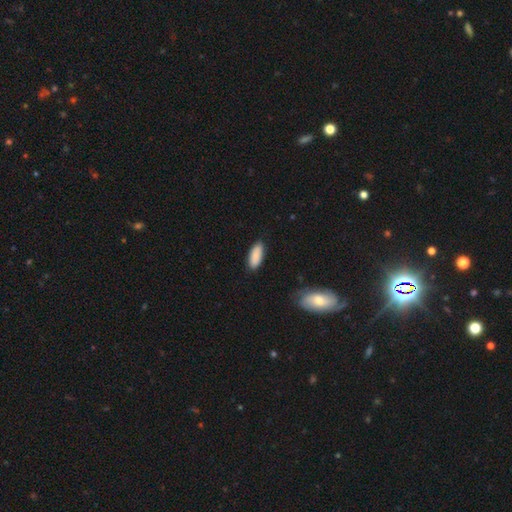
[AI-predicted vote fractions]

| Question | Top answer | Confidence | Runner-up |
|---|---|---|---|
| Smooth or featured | smooth | 89% | star or artifact (6%) |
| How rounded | in between | 81% | cigar-shaped (17%) |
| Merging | none | 84% | minor disturbance (12%) |